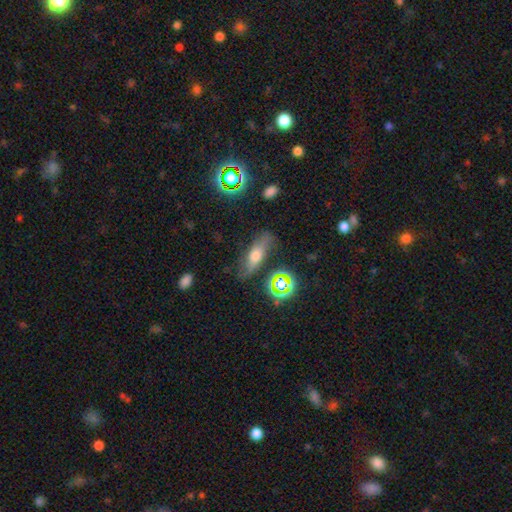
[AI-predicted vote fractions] smooth 47%, featured or disk 36%, star or artifact 16%. Down the decision tree: merging — none (64%).